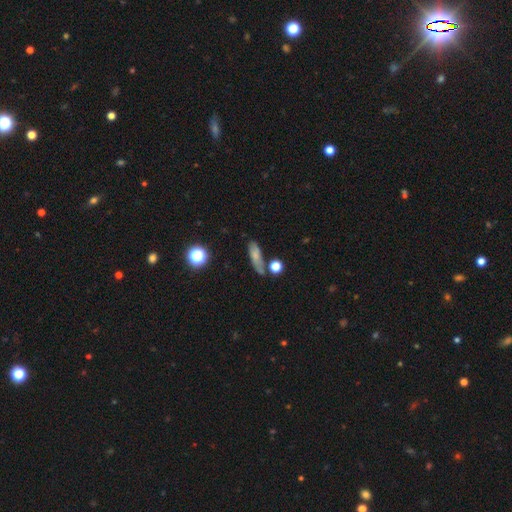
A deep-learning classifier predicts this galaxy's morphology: smooth 69%, featured or disk 19%, star or artifact 12%. Down the decision tree: how rounded — cigar-shaped (54%); merging — none (62%).